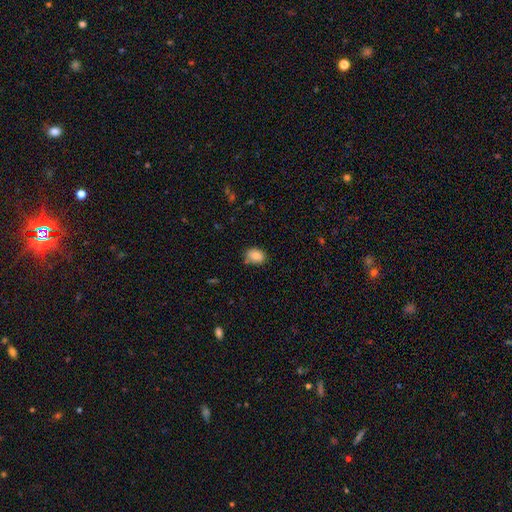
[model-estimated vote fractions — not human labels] This appears to be a smooth galaxy with no disk features (87%) that is in between round and cigar-shaped (72%). Merging: none (71%).